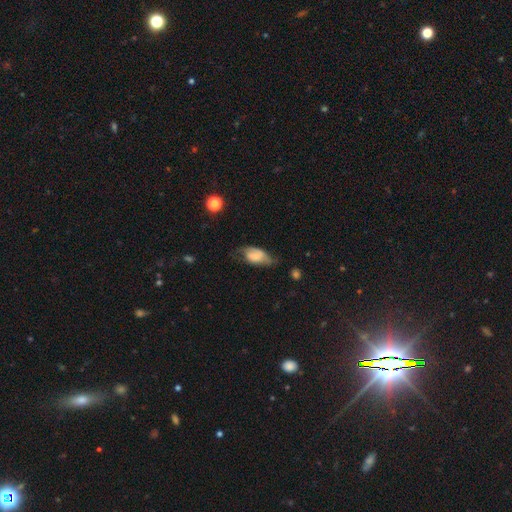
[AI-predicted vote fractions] Smooth or featured? Predicted: smooth (p=0.58). How rounded? Predicted: in between (p=0.90). Merging? Predicted: none (p=0.40).